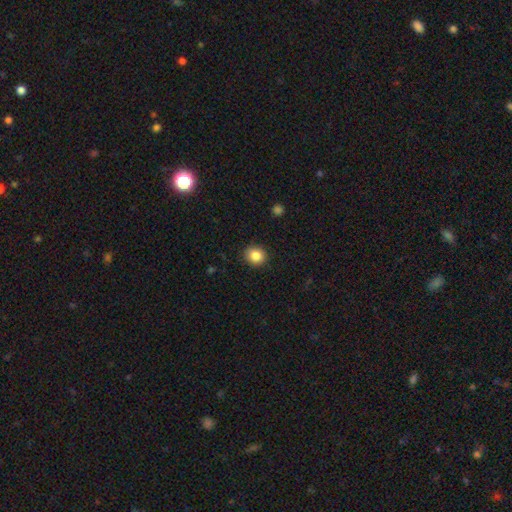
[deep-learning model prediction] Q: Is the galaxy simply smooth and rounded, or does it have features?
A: smooth — 86%.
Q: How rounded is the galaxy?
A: round — 81%.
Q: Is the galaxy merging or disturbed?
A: none — 90%.